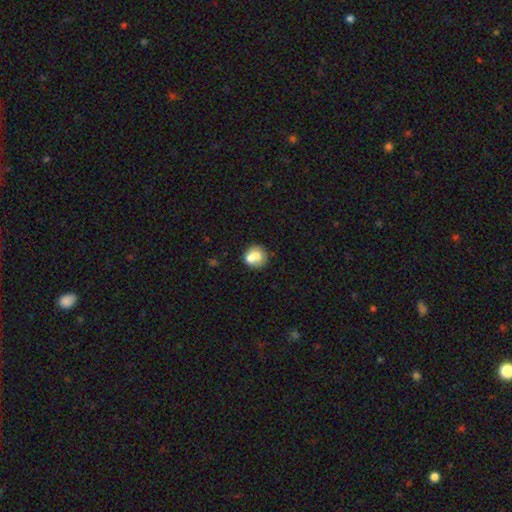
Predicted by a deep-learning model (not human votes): Smooth or featured?
  - smooth: 66% *
  - featured or disk: 25%
  - star or artifact: 9%
How rounded?
  - round: 78% *
  - in between: 21%
  - cigar-shaped: 1%
Merging?
  - none: 42% *
  - merger: 40%
  - minor disturbance: 12%
  - major disturbance: 5%